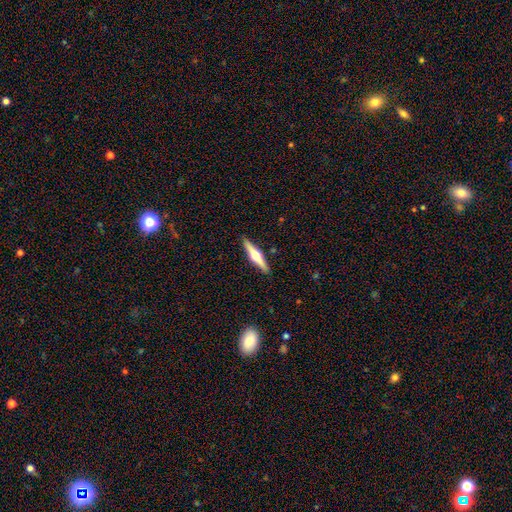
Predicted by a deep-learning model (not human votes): featured or disk 67%, smooth 28%, star or artifact 5%. Down the decision tree: edge-on disk — yes (97%); edge-on bulge — rounded (94%); merging — none (91%).